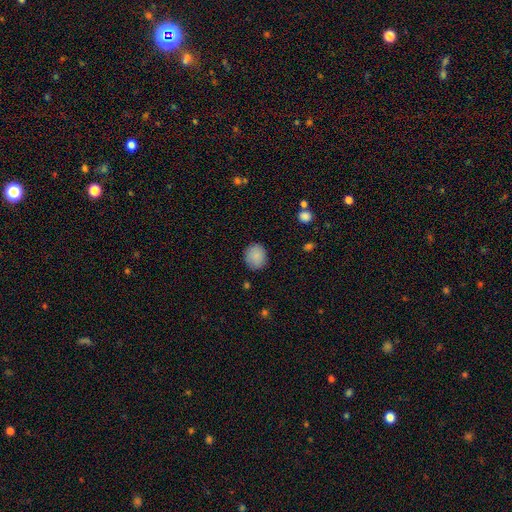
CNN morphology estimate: A smooth galaxy with no disk features (88%) that is round (71%).

Vote fractions:
- Smooth or featured? smooth: 88% / star or artifact: 8% / featured or disk: 4%
- How rounded? round: 71% / in between: 28% / cigar-shaped: 1%
- Merging? none: 86% / minor disturbance: 10% / major disturbance: 2% / merger: 1%